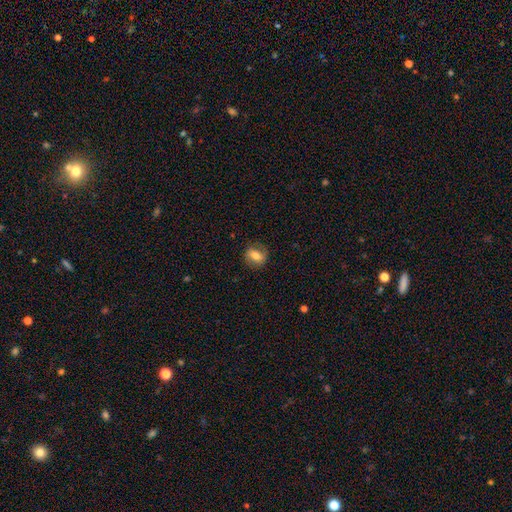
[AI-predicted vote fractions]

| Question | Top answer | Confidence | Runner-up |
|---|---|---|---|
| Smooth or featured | smooth | 64% | featured or disk (28%) |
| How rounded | in between | 51% | round (47%) |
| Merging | none | 76% | minor disturbance (17%) |